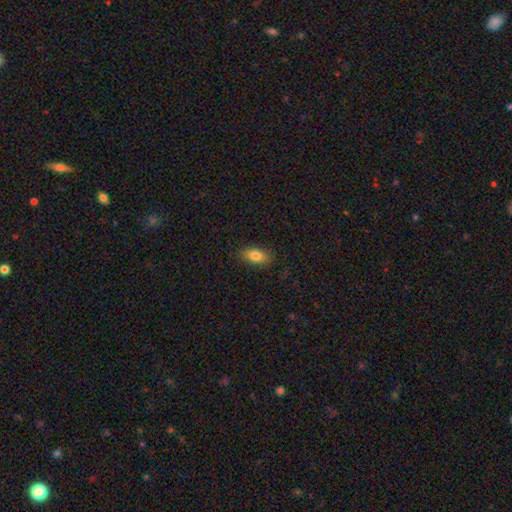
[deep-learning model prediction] Smooth or featured: smooth — 81% (featured or disk — 11%)
How rounded: in between — 85% (cigar-shaped — 9%)
Merging: none — 86% (minor disturbance — 11%)